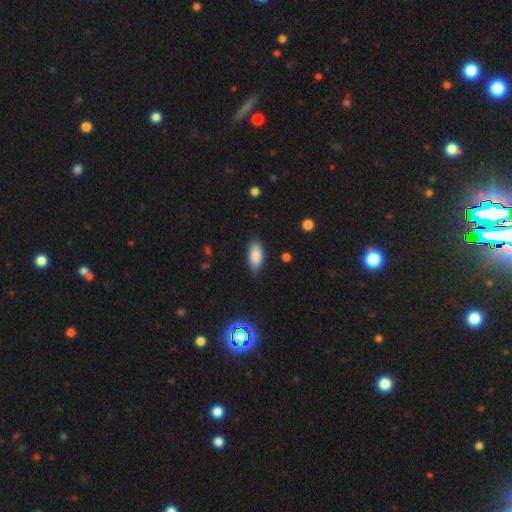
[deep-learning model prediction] Smooth or featured: smooth — 85% (star or artifact — 8%)
How rounded: in between — 87% (cigar-shaped — 10%)
Merging: none — 77% (minor disturbance — 18%)